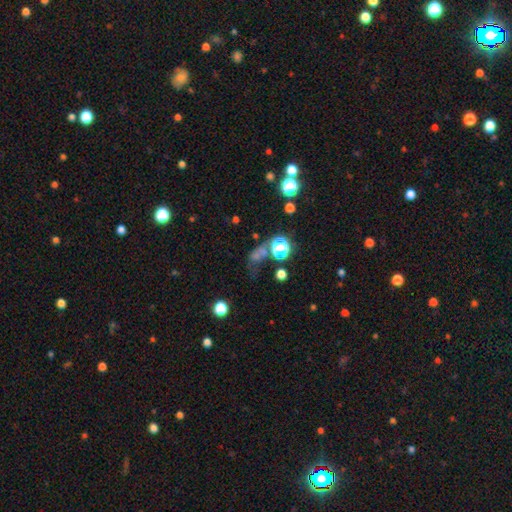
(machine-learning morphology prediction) A star or artifact, not a galaxy (46%).

Vote fractions:
- Smooth or featured? star or artifact: 46% / smooth: 39% / featured or disk: 16%